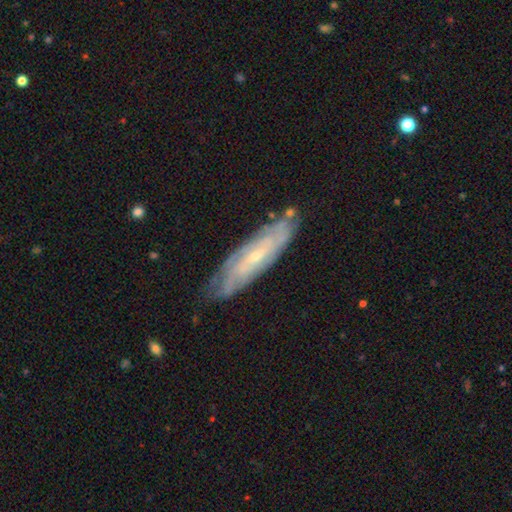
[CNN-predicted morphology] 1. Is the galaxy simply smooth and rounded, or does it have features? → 77% featured or disk, 17% smooth, 6% star or artifact.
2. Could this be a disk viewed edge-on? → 74% no, 26% yes.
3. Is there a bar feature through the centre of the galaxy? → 54% no, 35% weak, 11% strong.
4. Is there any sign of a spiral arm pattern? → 88% yes, 12% no.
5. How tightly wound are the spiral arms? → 69% tight, 25% medium, 7% loose.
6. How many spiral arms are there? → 58% can't tell, 18% 2, 9% 3, 8% 4, 4% more than 4, 3% 1.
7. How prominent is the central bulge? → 73% small, 23% moderate, 2% none, 1% large, 1% dominant.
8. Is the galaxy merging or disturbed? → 76% none, 18% minor disturbance, 4% major disturbance, 2% merger.